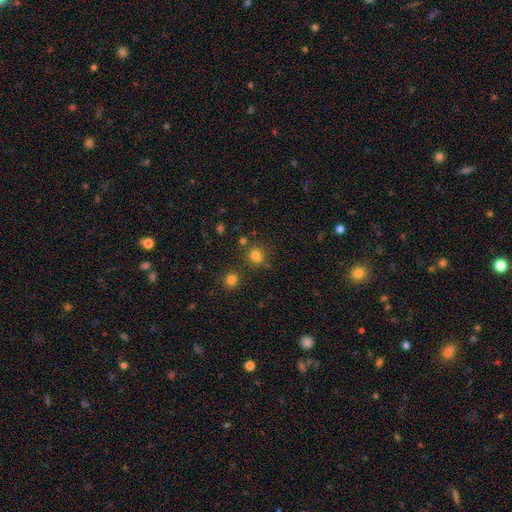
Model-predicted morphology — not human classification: The model was most divided on "how rounded": round: 69%, in between: 29%, cigar-shaped: 1%. More confident: smooth or featured — smooth (75%); merging — none (67%).